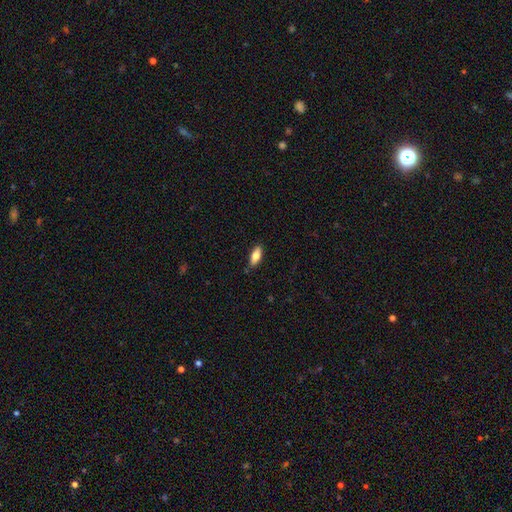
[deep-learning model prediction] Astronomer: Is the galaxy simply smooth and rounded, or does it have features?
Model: smooth — 74%.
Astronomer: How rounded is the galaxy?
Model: in between — 73%.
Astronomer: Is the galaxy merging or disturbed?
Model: none — 86%.